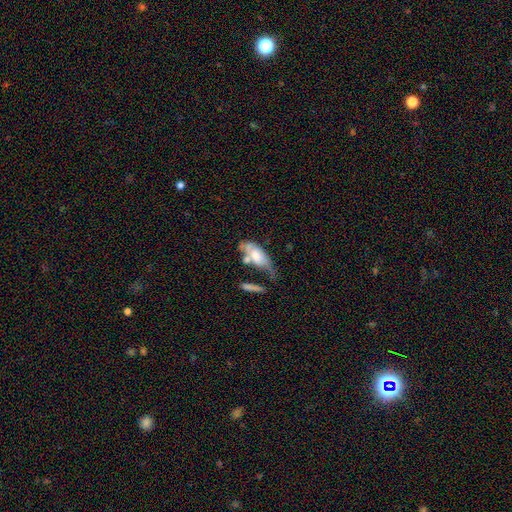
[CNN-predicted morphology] A smooth galaxy with no disk features (54%) that is in between round and cigar-shaped (84%). Merging: major disturbance (28%).